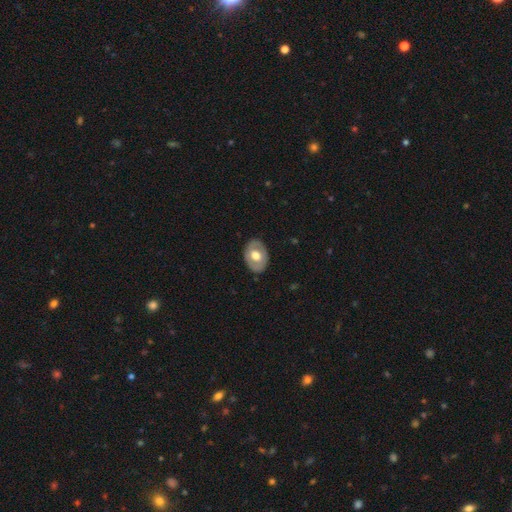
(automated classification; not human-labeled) A smooth galaxy with no disk features (51%) that is in between round and cigar-shaped (76%).

Vote fractions:
- Smooth or featured? smooth: 51% / featured or disk: 43% / star or artifact: 5%
- How rounded? in between: 76% / round: 23% / cigar-shaped: 1%
- Merging? none: 83% / minor disturbance: 13% / major disturbance: 3% / merger: 1%